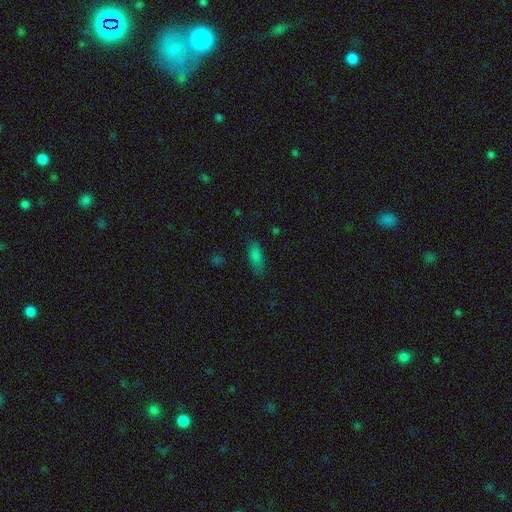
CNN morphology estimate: Smooth or featured?
  - smooth: 82% *
  - star or artifact: 11%
  - featured or disk: 8%
How rounded?
  - in between: 68% *
  - cigar-shaped: 29%
  - round: 2%
Merging?
  - none: 77% *
  - minor disturbance: 17%
  - major disturbance: 4%
  - merger: 2%